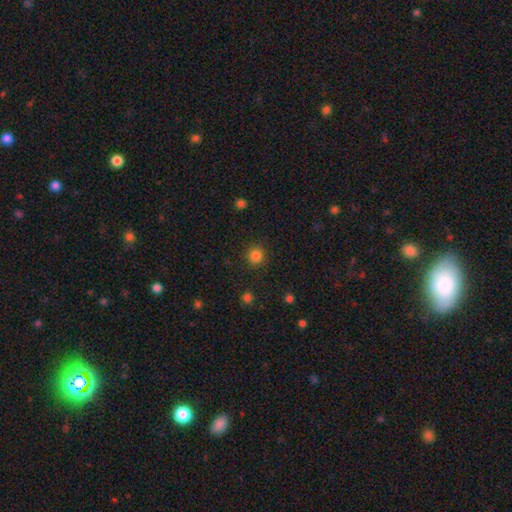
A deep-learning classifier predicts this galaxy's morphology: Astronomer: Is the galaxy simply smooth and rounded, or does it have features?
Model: smooth — 83%.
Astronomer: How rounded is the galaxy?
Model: round — 91%.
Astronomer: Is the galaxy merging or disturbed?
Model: none — 90%.